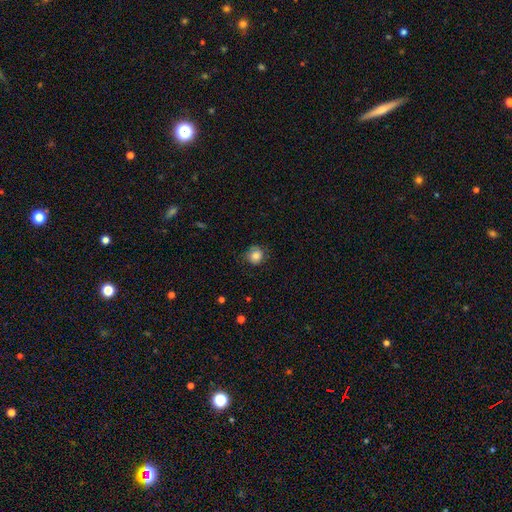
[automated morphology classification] smooth 81%, star or artifact 9%, featured or disk 9%. Down the decision tree: how rounded — round (82%); merging — none (69%).